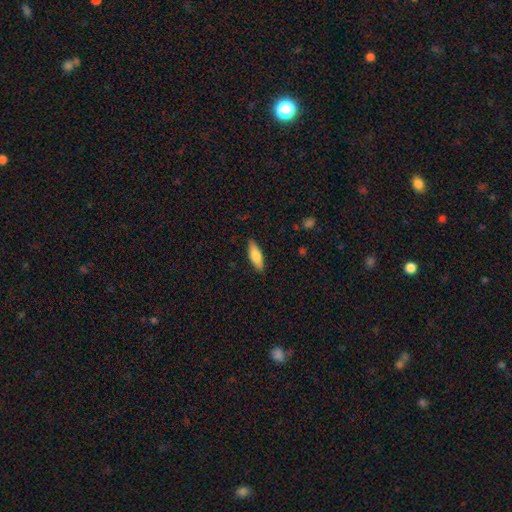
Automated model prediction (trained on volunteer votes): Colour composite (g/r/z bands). It shows a smooth galaxy with no disk features (74%) that is in between round and cigar-shaped (57%). Merging: none (88%).